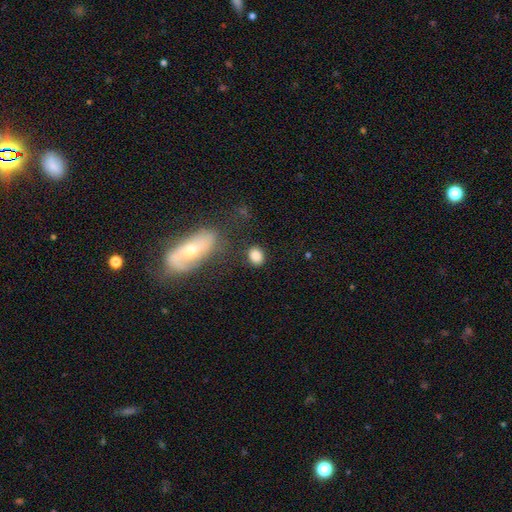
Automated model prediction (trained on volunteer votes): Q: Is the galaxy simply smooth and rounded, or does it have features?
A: smooth — 85%.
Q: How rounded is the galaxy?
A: in between — 56%.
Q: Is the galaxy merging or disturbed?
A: none — 79%.